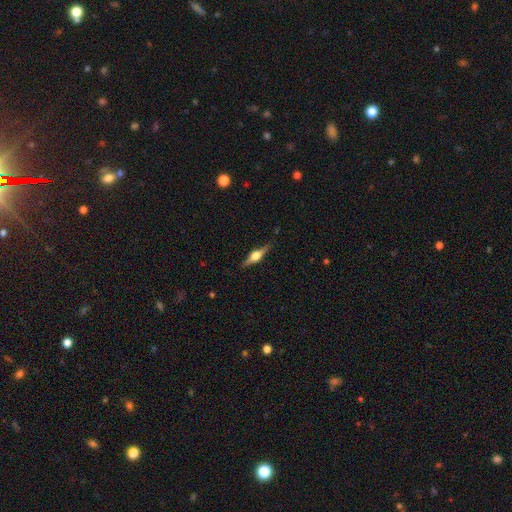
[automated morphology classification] This appears to be a featured or disk galaxy (73%) viewed edge-on (97%) with a rounded central bulge (94%). Merging: none (87%).